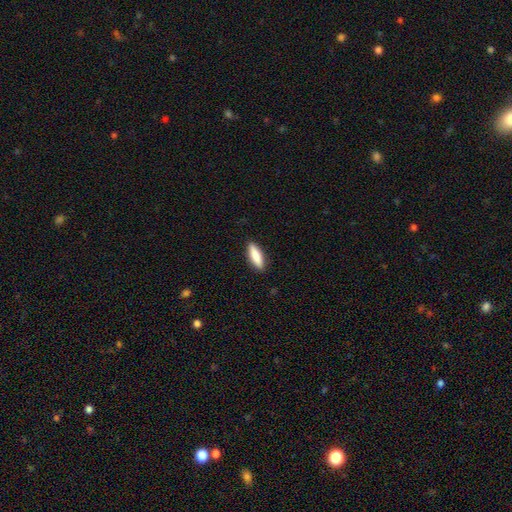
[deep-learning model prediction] The model was most divided on "how rounded": cigar-shaped: 52%, in between: 46%, round: 2%. More confident: merging — none (89%); smooth or featured — smooth (85%).